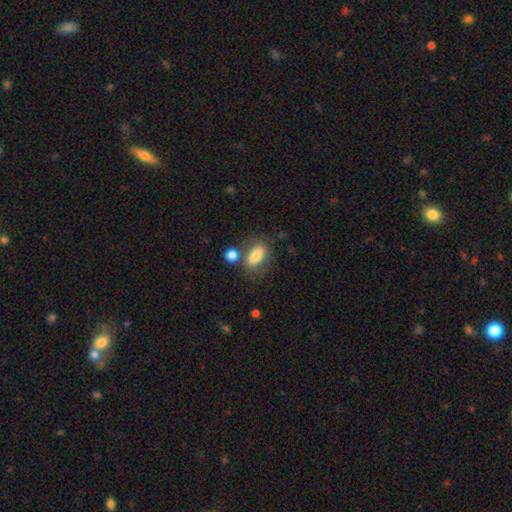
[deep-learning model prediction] This appears to be a smooth galaxy with no disk features (78%) that is in between round and cigar-shaped (85%). Merging: none (61%).